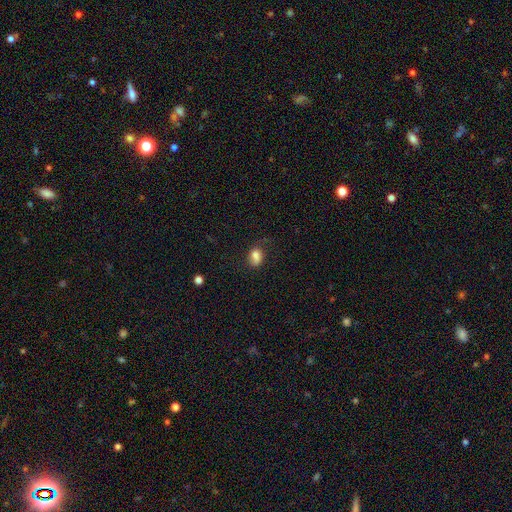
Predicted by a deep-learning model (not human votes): Smooth or featured?
  - smooth: 81% *
  - star or artifact: 10%
  - featured or disk: 9%
How rounded?
  - in between: 74% *
  - round: 25%
  - cigar-shaped: 1%
Merging?
  - none: 56% *
  - minor disturbance: 28%
  - major disturbance: 13%
  - merger: 4%